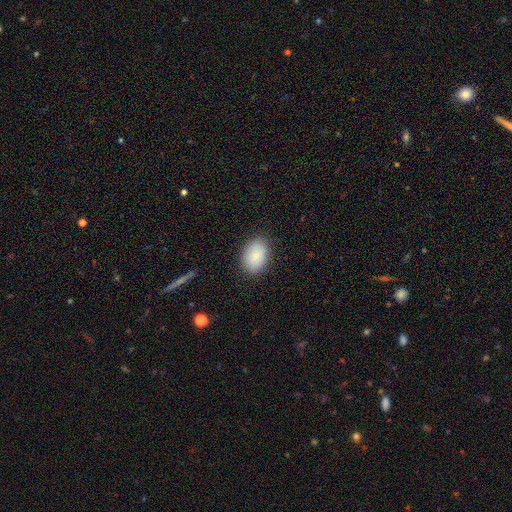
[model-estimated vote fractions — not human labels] Overall: smooth (89%). How rounded: in between (84%). Merging: none (87%).